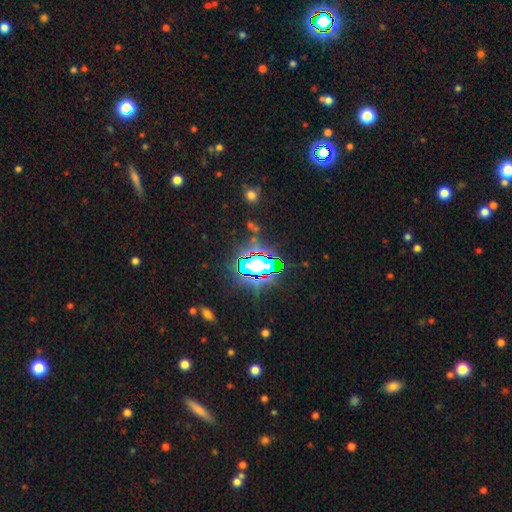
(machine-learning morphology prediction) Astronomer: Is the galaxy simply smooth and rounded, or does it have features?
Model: star or artifact — 82%.